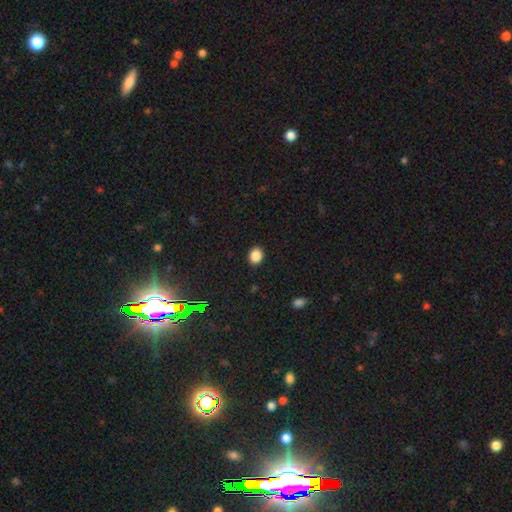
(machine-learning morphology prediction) Smooth or featured: smooth — 87% (star or artifact — 10%)
How rounded: round — 53% (in between — 46%)
Merging: none — 90% (minor disturbance — 7%)